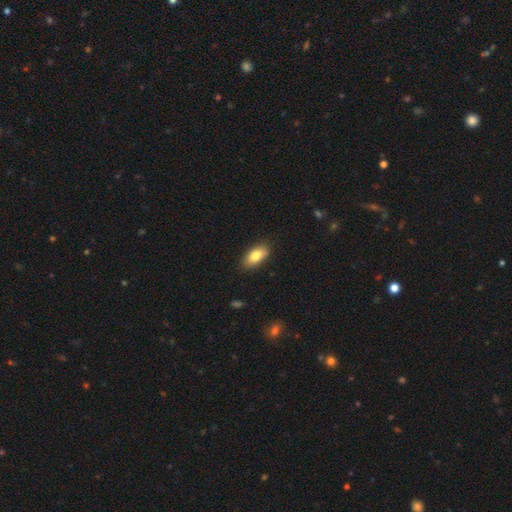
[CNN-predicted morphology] Smooth or featured? smooth (81%)
How rounded? in between (88%)
Merging? none (83%)